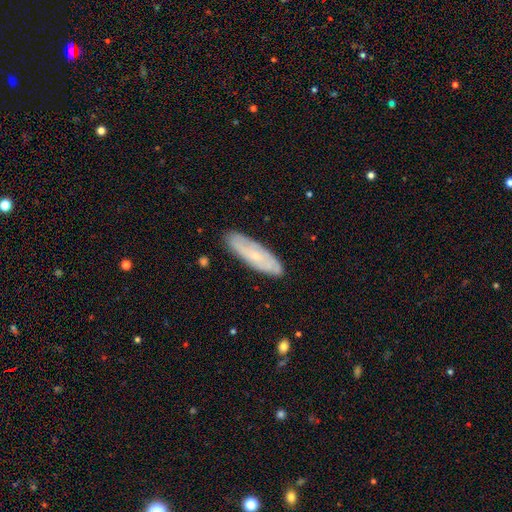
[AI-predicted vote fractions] Q: Smooth or featured?
A: featured or disk (51%); runner-up: smooth (41%)
Q: Edge-on disk?
A: no (71%); runner-up: yes (29%)
Q: Merging?
A: none (85%); runner-up: minor disturbance (11%)